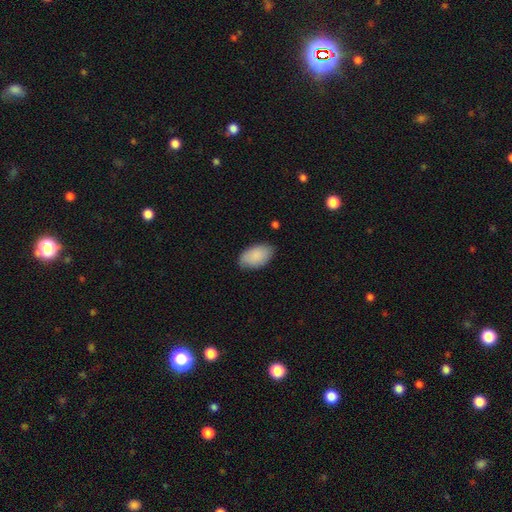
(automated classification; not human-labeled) A smooth galaxy with no disk features (89%) that is in between round and cigar-shaped (95%). Merging: none (81%).